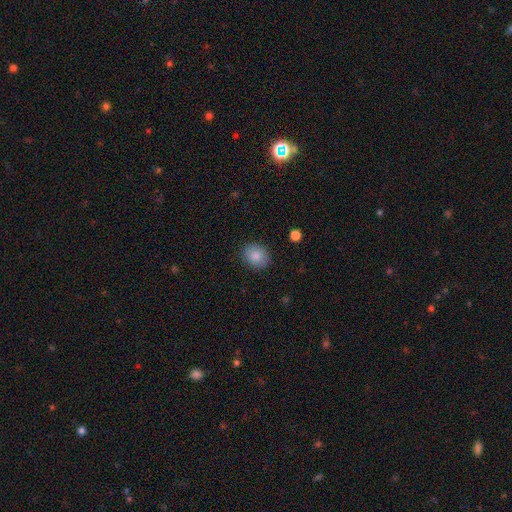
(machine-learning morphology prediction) smooth_or_featured: smooth (p=0.86) [alt: star or artifact p=0.08]
how_rounded: round (p=0.59) [alt: in between p=0.40]
merging: none (p=0.87) [alt: minor disturbance p=0.10]